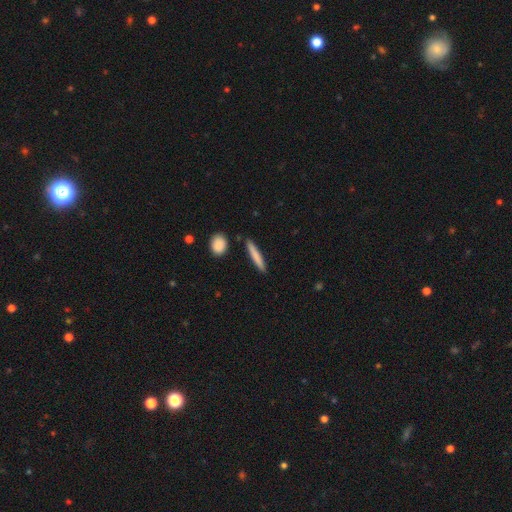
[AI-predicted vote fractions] Morphology: type=smooth (77%); roundness=cigar-shaped (93%); merging=none (89%).